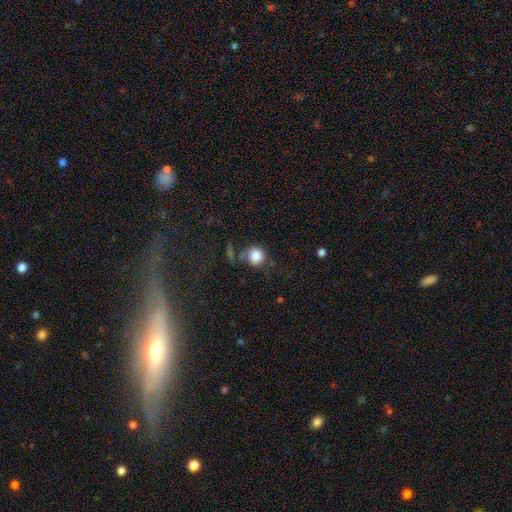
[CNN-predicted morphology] Overall: smooth (82%). How rounded: round (90%). Merging: none (69%).